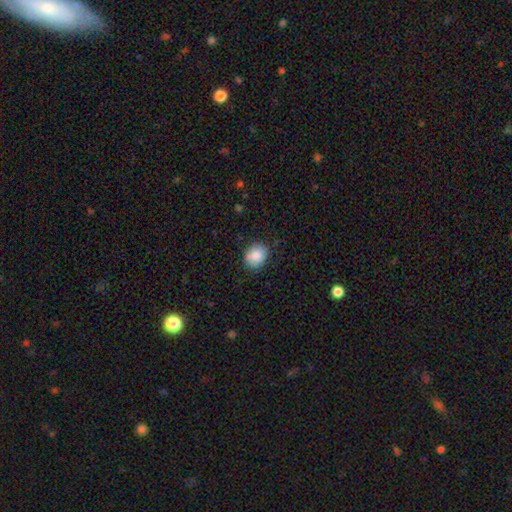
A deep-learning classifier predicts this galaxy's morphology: Q: Smooth or featured?
A: smooth (84%); runner-up: star or artifact (8%)
Q: How rounded?
A: round (66%); runner-up: in between (34%)
Q: Merging?
A: none (82%); runner-up: minor disturbance (13%)